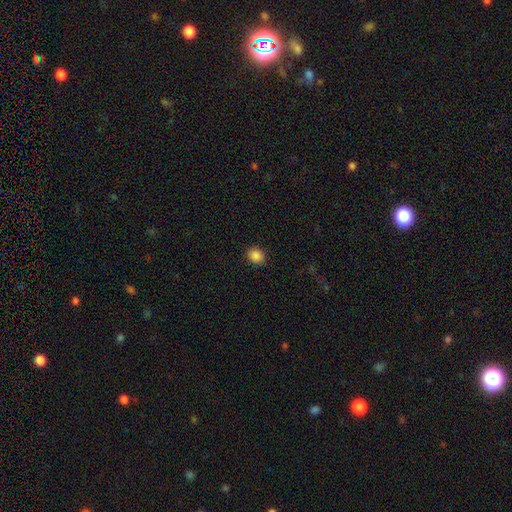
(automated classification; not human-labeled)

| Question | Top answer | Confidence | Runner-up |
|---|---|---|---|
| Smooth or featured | smooth | 87% | star or artifact (10%) |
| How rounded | round | 50% | in between (49%) |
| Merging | none | 89% | minor disturbance (8%) |